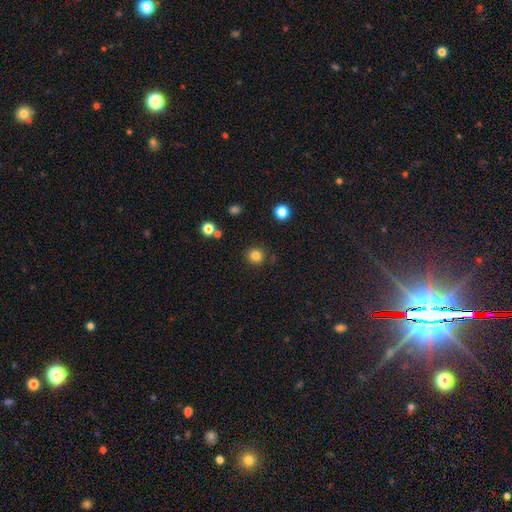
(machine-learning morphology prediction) This is clearly a smooth galaxy (82%). How rounded: clearly round (93%). Merging: clearly none (88%).